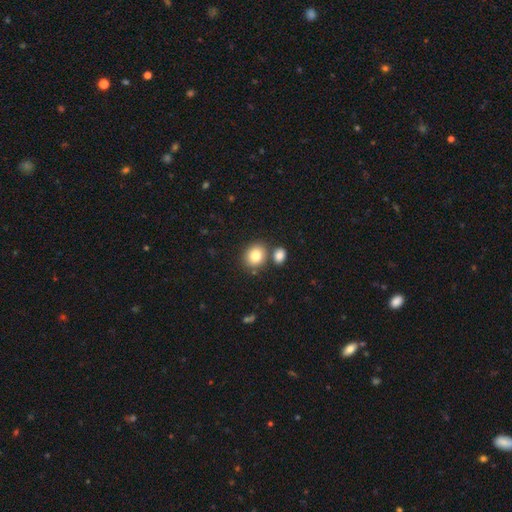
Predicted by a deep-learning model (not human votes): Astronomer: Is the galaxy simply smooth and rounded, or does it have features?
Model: smooth — 82%.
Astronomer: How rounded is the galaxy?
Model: round — 63%.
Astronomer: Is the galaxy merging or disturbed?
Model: none — 68%.